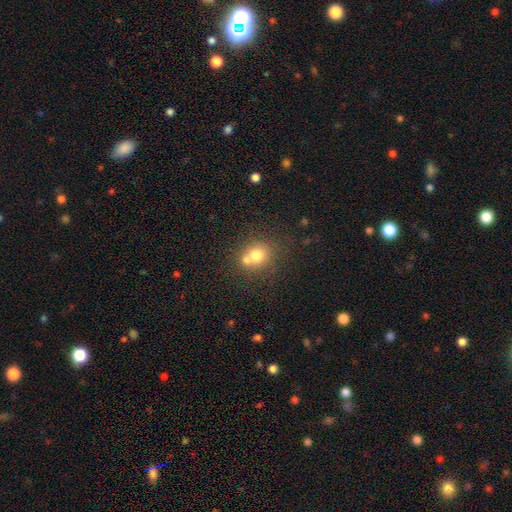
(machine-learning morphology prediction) Smooth or featured? Predicted: smooth (p=0.72). How rounded? Predicted: round (p=0.71). Merging? Predicted: none (p=0.44).